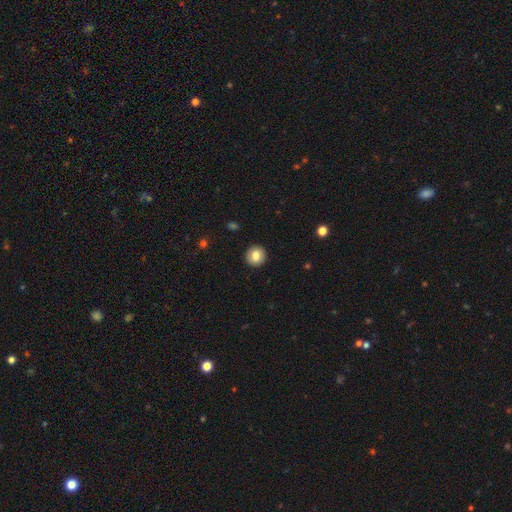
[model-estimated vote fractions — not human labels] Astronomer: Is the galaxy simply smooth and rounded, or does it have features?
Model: smooth — 82%.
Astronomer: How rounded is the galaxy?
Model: round — 92%.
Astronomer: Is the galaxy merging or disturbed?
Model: none — 92%.